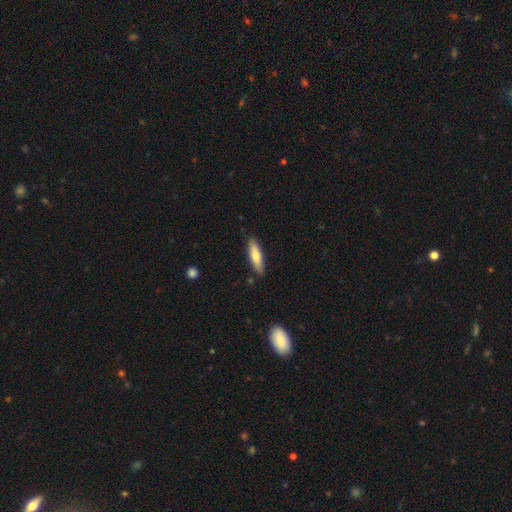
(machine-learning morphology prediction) Q: Smooth or featured?
A: smooth (68%); runner-up: featured or disk (27%)
Q: How rounded?
A: cigar-shaped (67%); runner-up: in between (32%)
Q: Merging?
A: none (86%); runner-up: minor disturbance (11%)